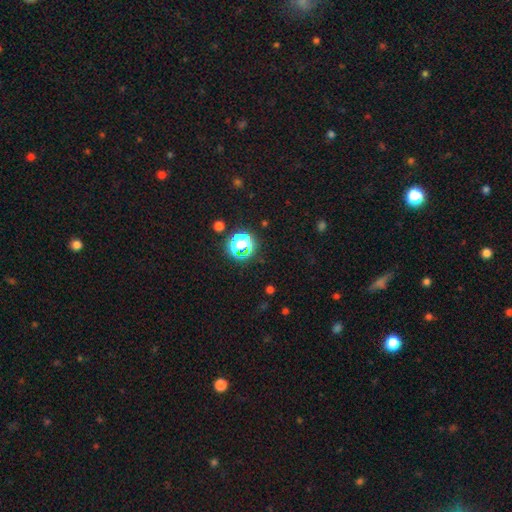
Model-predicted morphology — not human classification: This is likely a star or artifact rather than a galaxy (71%).